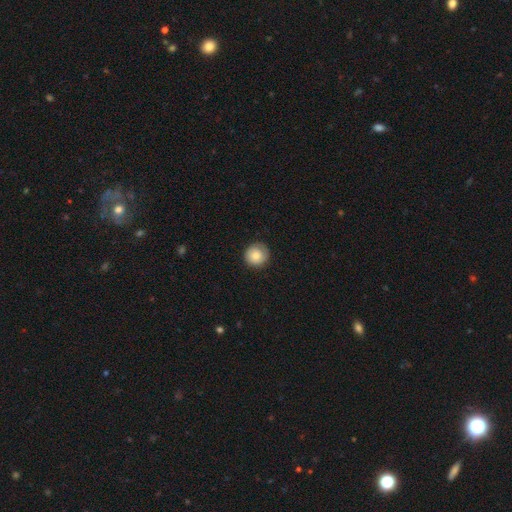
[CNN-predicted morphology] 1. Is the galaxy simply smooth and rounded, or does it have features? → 77% smooth, 16% featured or disk, 8% star or artifact.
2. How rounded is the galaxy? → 94% round, 5% in between, 1% cigar-shaped.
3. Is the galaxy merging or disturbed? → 86% none, 10% minor disturbance, 3% major disturbance, 1% merger.